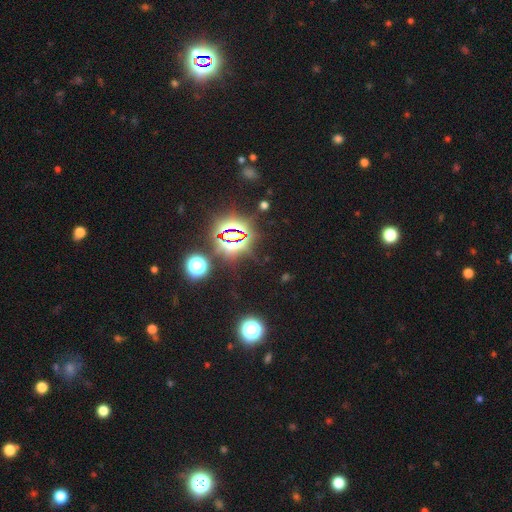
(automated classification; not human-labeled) Smooth or featured? Predicted: star or artifact (p=0.81).